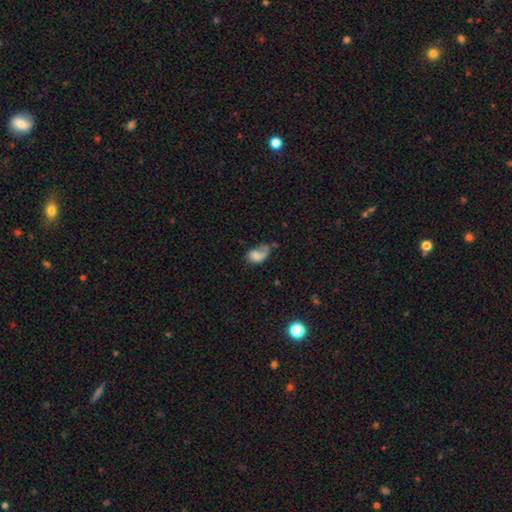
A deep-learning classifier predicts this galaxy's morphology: Overall: smooth (56%; featured or disk 33%). How rounded: in between (84%). Merging: major disturbance (40%; none 27%).